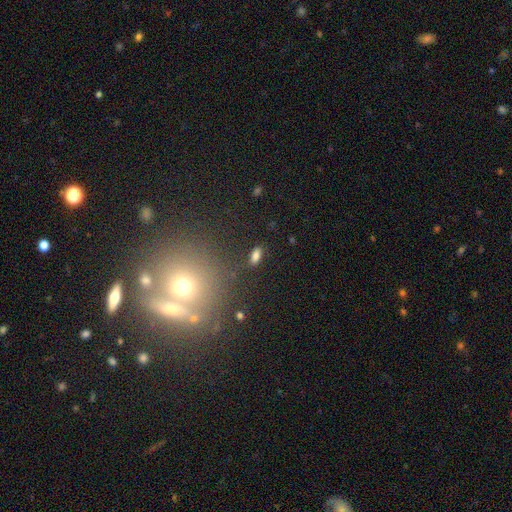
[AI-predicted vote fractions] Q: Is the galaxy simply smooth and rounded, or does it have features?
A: smooth — 80%.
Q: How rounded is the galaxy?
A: in between — 84%.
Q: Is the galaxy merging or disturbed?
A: none — 83%.